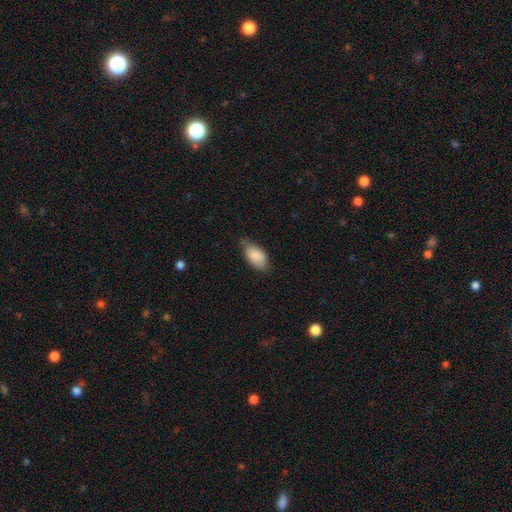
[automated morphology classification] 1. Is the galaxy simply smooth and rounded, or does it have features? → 85% smooth, 8% featured or disk, 7% star or artifact.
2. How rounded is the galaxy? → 93% in between, 4% round, 3% cigar-shaped.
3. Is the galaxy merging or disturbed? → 54% none, 37% minor disturbance, 7% major disturbance, 2% merger.